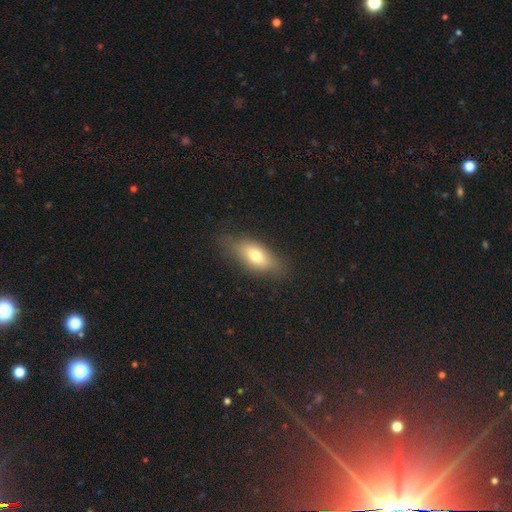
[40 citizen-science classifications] Volunteers were most divided on "smooth or featured": smooth: 65%, featured or disk: 25%, star or artifact: 10%. More confident: how rounded — in between (96%); merging — none (89%).